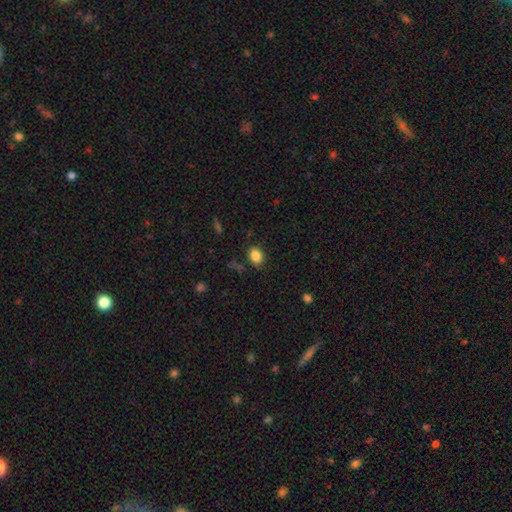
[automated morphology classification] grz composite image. It shows a smooth galaxy with no disk features (85%) that is in between round and cigar-shaped (72%). Merging: none (83%).